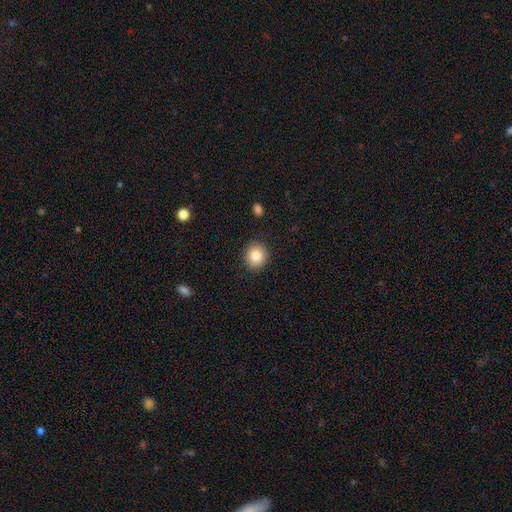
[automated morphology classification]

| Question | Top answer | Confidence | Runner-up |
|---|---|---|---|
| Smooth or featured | smooth | 84% | star or artifact (9%) |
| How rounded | round | 84% | in between (15%) |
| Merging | none | 90% | minor disturbance (7%) |